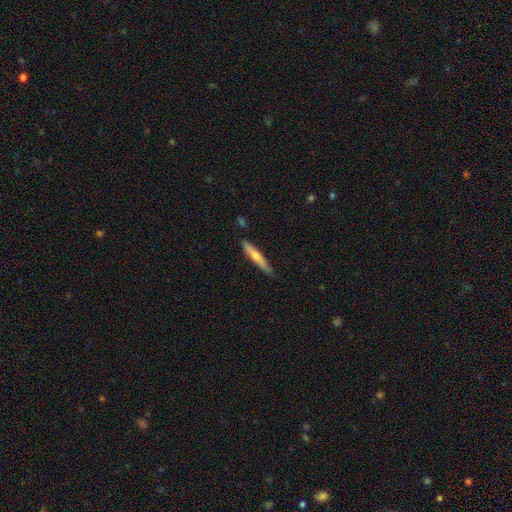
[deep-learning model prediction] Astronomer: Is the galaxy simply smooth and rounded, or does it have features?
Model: smooth — 47%, tied with featured or disk at 47%.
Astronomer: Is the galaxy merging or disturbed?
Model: none — 86%.